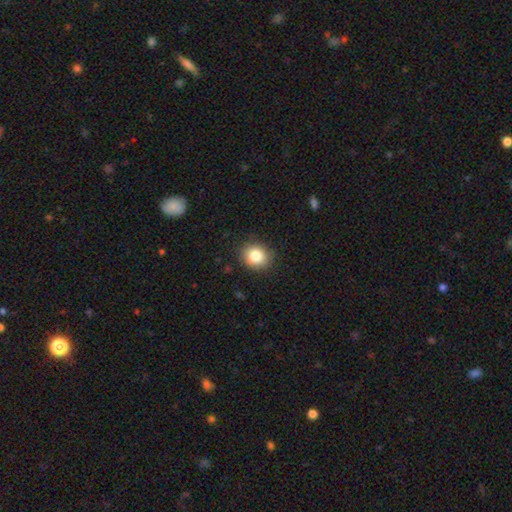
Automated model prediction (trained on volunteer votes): This is clearly a smooth galaxy (83%). How rounded: likely round (75%). Merging: clearly none (88%).